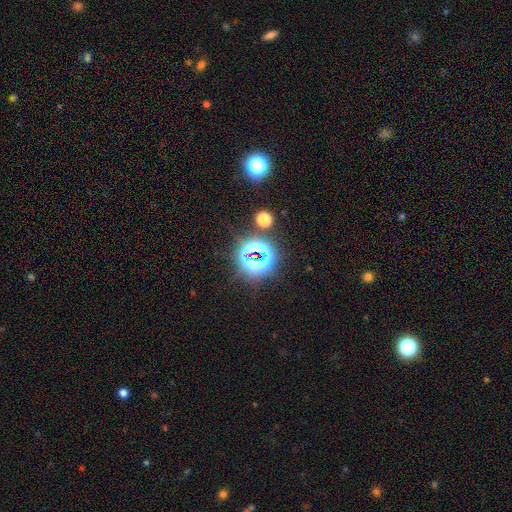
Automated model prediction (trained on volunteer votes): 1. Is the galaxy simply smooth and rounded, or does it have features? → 70% star or artifact, 20% smooth, 10% featured or disk.